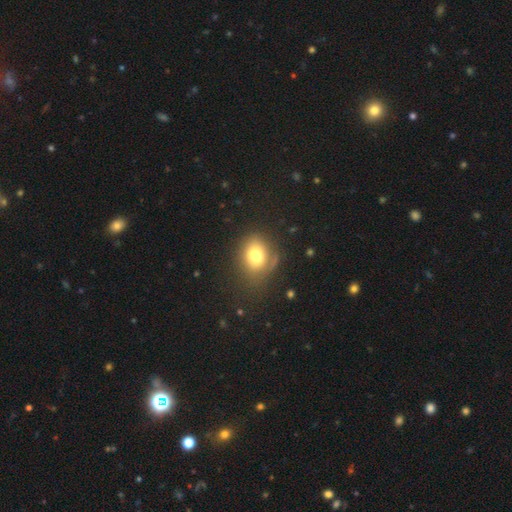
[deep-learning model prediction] Q: Smooth or featured?
A: smooth (70%); runner-up: featured or disk (18%)
Q: How rounded?
A: in between (57%); runner-up: round (42%)
Q: Merging?
A: none (50%); runner-up: minor disturbance (24%)